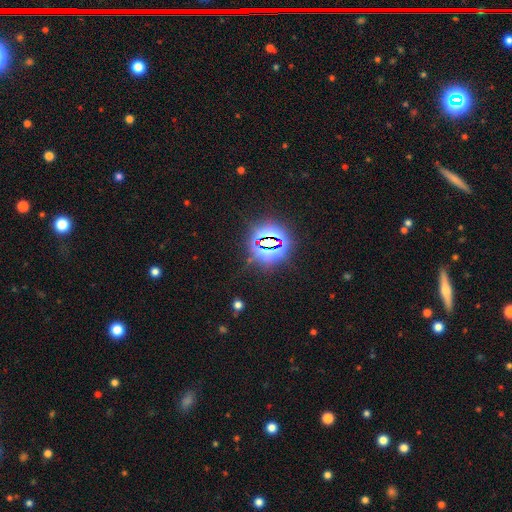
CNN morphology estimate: smooth_or_featured: star or artifact (p=0.81) [alt: smooth p=0.12]